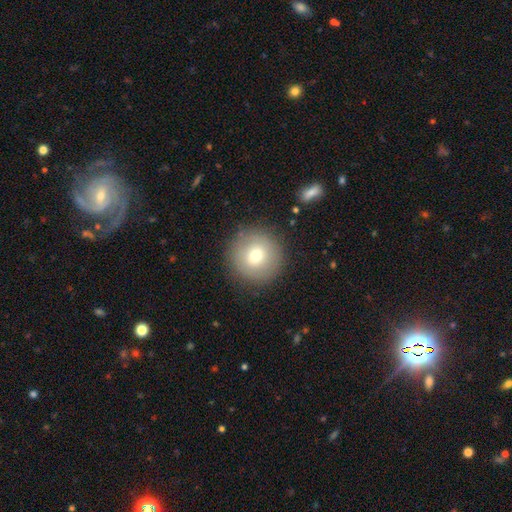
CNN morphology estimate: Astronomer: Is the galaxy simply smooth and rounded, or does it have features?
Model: smooth — 71%.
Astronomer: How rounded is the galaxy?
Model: round — 95%.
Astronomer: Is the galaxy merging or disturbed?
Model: none — 87%.